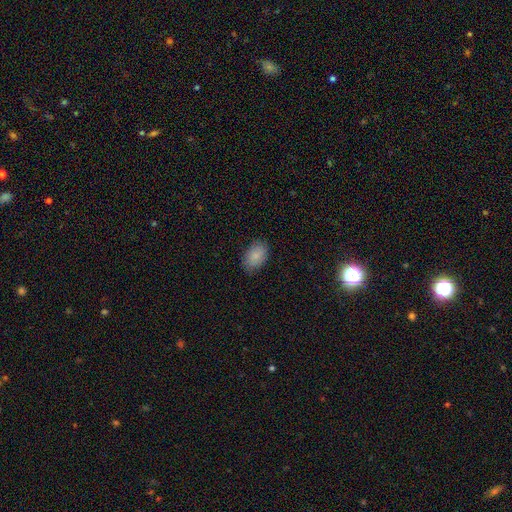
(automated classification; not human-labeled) Smooth or featured?
  - smooth: 88% *
  - star or artifact: 7%
  - featured or disk: 5%
How rounded?
  - in between: 88% *
  - round: 10%
  - cigar-shaped: 1%
Merging?
  - none: 83% *
  - minor disturbance: 13%
  - major disturbance: 3%
  - merger: 1%